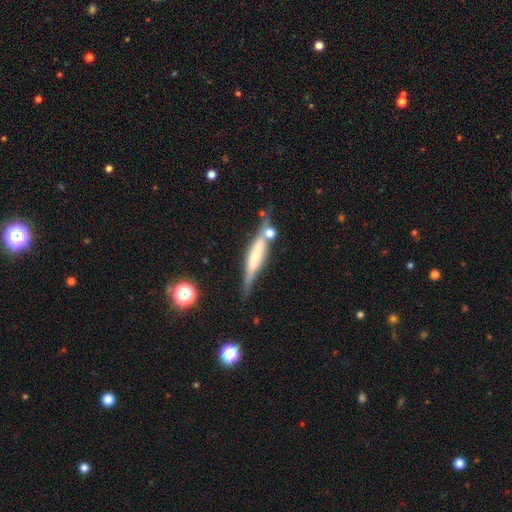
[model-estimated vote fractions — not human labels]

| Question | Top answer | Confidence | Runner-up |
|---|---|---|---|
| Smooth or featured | featured or disk | 58% | smooth (34%) |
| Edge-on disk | yes | 92% | no (8%) |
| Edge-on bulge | boxy | 42% | rounded (33%) |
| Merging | none | 59% | minor disturbance (18%) |